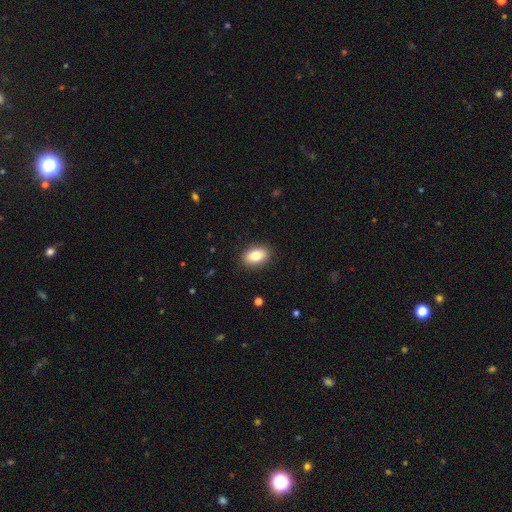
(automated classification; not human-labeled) smooth_or_featured: smooth (p=0.83) [alt: featured or disk p=0.09]
how_rounded: in between (p=0.85) [alt: round p=0.14]
merging: none (p=0.89) [alt: minor disturbance p=0.08]